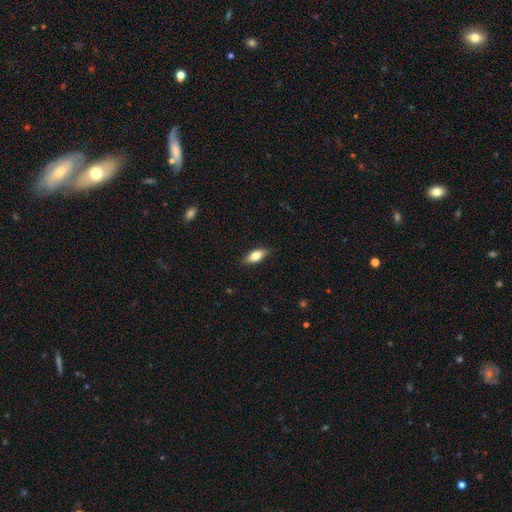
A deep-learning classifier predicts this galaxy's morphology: Smooth or featured? smooth (73%)
How rounded? in between (79%)
Merging? none (85%)